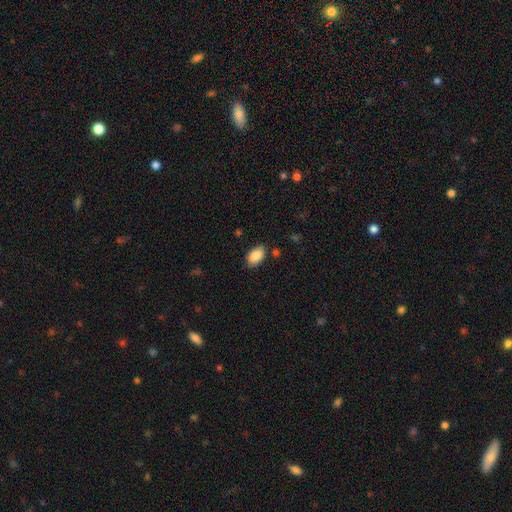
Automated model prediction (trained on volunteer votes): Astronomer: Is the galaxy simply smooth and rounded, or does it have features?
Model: smooth — 88%.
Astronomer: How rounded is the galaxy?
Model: in between — 92%.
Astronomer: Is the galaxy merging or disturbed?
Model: none — 82%.